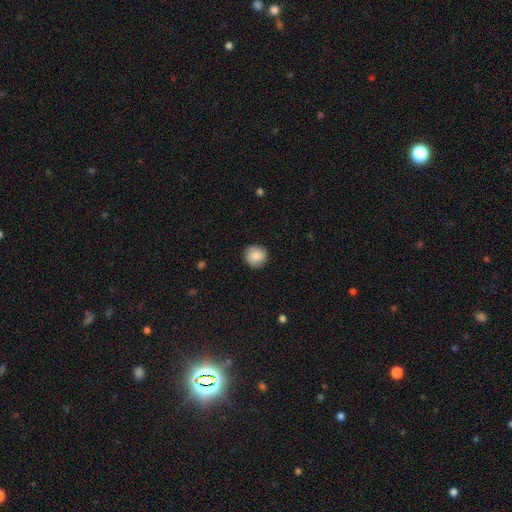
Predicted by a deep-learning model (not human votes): Morphology: type=smooth (81%); roundness=round (92%); merging=none (89%).